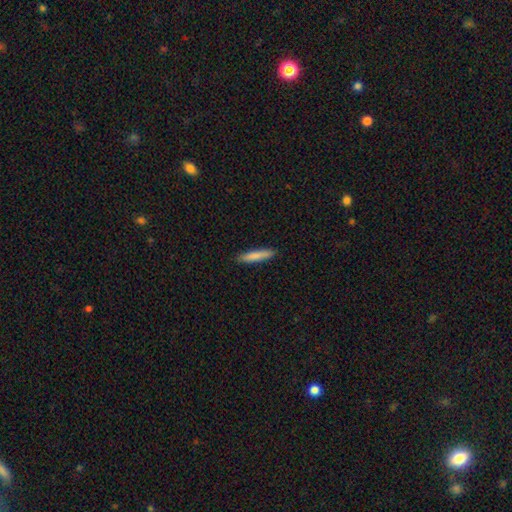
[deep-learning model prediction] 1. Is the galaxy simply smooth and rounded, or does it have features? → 83% smooth, 11% featured or disk, 6% star or artifact.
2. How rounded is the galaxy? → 89% cigar-shaped, 10% in between, 1% round.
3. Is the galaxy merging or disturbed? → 90% none, 8% minor disturbance, 2% major disturbance, 1% merger.